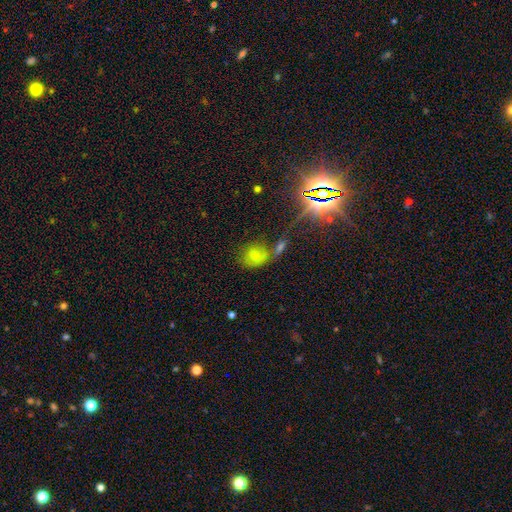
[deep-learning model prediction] Q: Smooth or featured?
A: smooth (64%); runner-up: star or artifact (20%)
Q: How rounded?
A: round (51%); runner-up: in between (46%)
Q: Merging?
A: none (45%); runner-up: merger (25%)